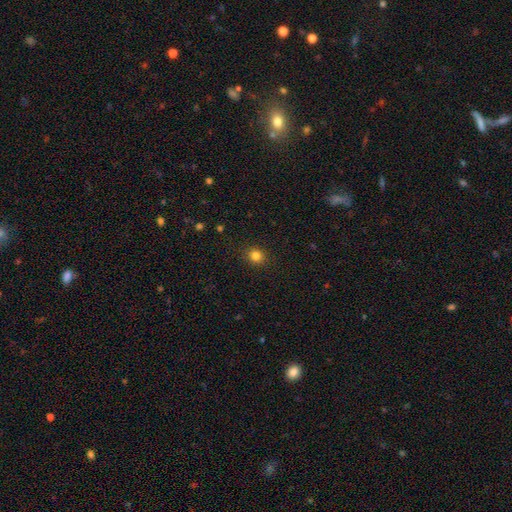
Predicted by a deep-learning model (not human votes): The model was most divided on "how rounded": round: 84%, in between: 15%, cigar-shaped: 1%. More confident: merging — none (91%); smooth or featured — smooth (82%).